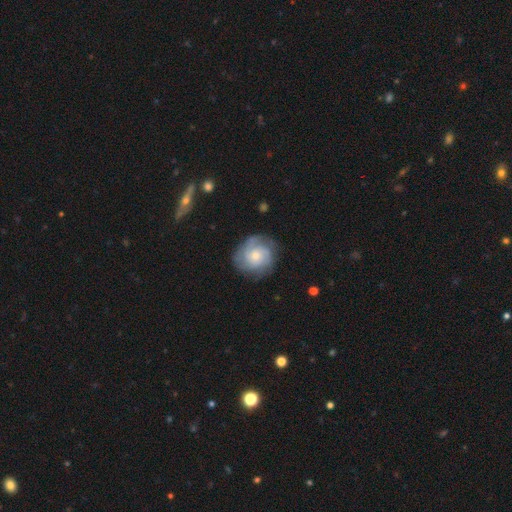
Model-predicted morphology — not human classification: Smooth or featured? Predicted: featured or disk (p=0.71). Edge-on disk? Predicted: no (p=0.98). Bar? Predicted: no (p=0.78). Spiral arms? Predicted: yes (p=0.93). Spiral winding? Predicted: tight (p=0.57). Spiral arm count? Predicted: can't tell (p=0.31). Bulge size? Predicted: small (p=0.60). Merging? Predicted: none (p=0.76).